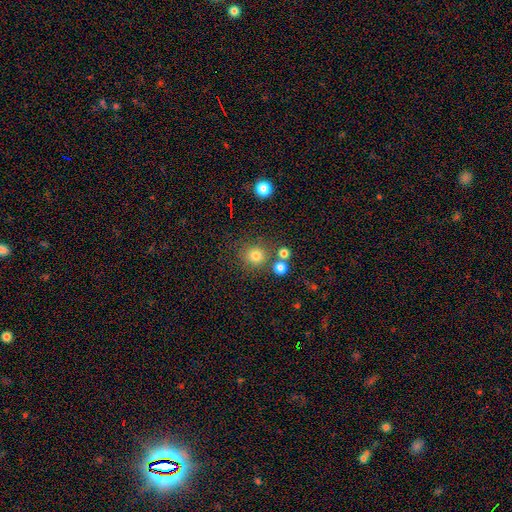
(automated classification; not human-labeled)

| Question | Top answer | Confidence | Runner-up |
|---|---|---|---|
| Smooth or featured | smooth | 77% | star or artifact (16%) |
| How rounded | round | 91% | in between (8%) |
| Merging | none | 75% | merger (13%) |